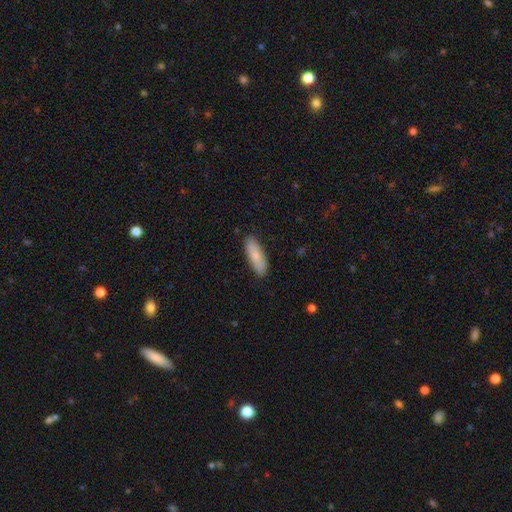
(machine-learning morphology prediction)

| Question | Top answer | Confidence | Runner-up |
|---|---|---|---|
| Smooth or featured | smooth | 78% | featured or disk (17%) |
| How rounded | in between | 53% | cigar-shaped (45%) |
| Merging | none | 87% | minor disturbance (10%) |